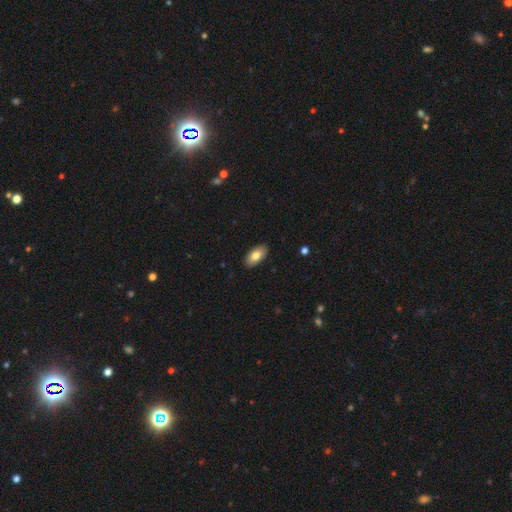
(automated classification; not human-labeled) smooth 78%, featured or disk 15%, star or artifact 6%. Down the decision tree: how rounded — in between (93%); merging — none (89%).